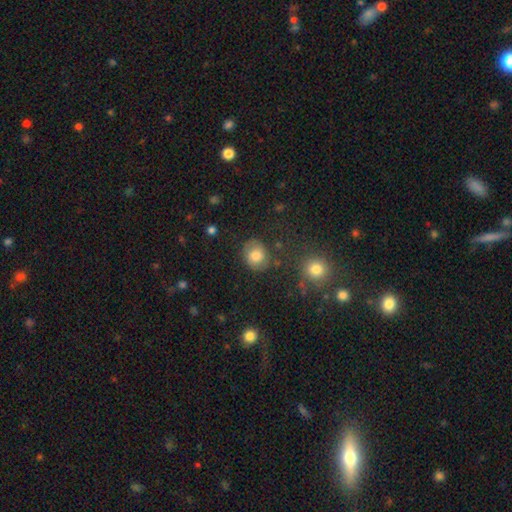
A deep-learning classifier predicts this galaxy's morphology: smooth_or_featured: smooth (p=0.77) [alt: featured or disk p=0.12]
how_rounded: round (p=0.70) [alt: in between p=0.29]
merging: none (p=0.75) [alt: minor disturbance p=0.16]